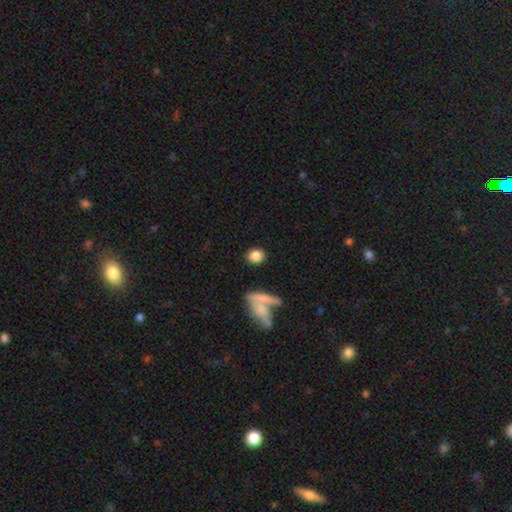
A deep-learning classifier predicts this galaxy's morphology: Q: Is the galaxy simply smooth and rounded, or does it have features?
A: smooth — 85%.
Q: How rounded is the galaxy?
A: round — 70%.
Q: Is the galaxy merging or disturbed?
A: none — 84%.